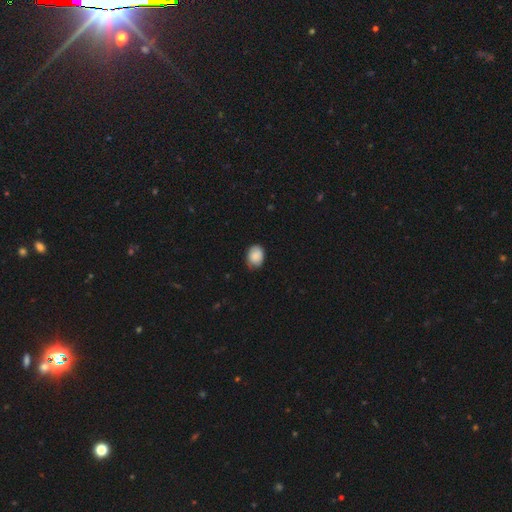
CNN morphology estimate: smooth-or-featured: smooth: 85% | featured or disk: 7% | star or artifact: 7%
  how-rounded: in between: 67% | round: 33% | cigar-shaped: 1%
  merging: none: 70% | minor disturbance: 25% | major disturbance: 4% | merger: 1%